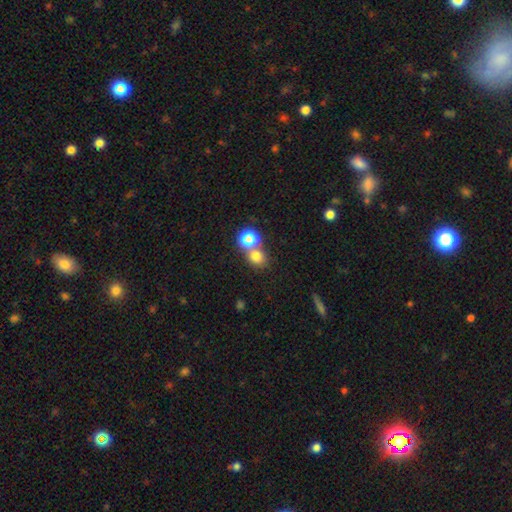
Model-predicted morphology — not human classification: Q: Smooth or featured?
A: smooth (72%); runner-up: star or artifact (17%)
Q: How rounded?
A: round (74%); runner-up: in between (25%)
Q: Merging?
A: none (48%); runner-up: merger (41%)